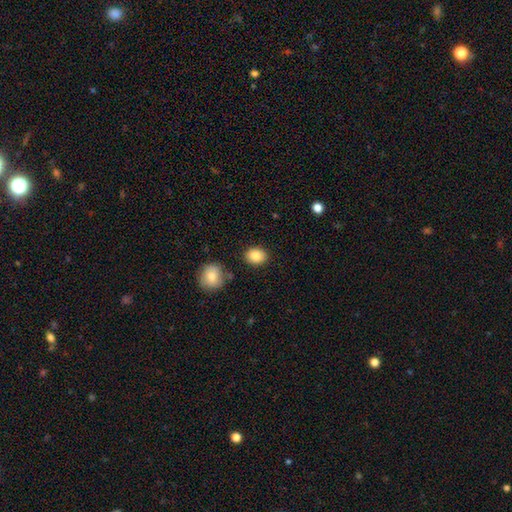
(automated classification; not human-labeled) Smooth or featured? Predicted: smooth (p=0.86). How rounded? Predicted: round (p=0.50). Merging? Predicted: none (p=0.84).